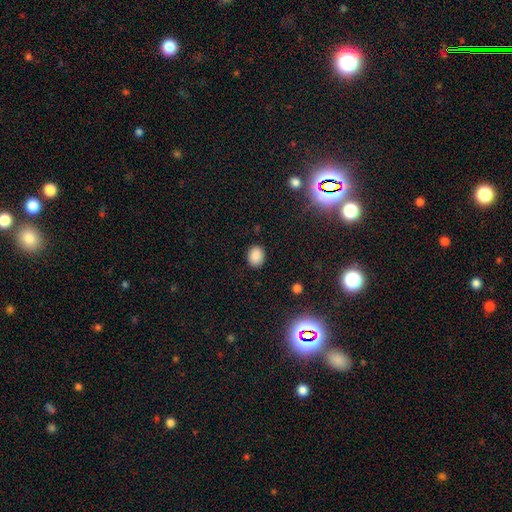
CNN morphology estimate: Q: Smooth or featured?
A: smooth (86%); runner-up: star or artifact (10%)
Q: How rounded?
A: in between (51%); runner-up: round (48%)
Q: Merging?
A: none (88%); runner-up: minor disturbance (9%)